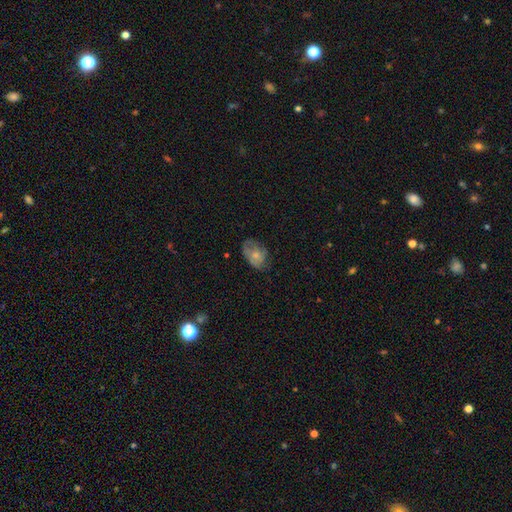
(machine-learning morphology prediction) A smooth galaxy with no disk features (61%) that is in between round and cigar-shaped (82%). Merging: none (52%).